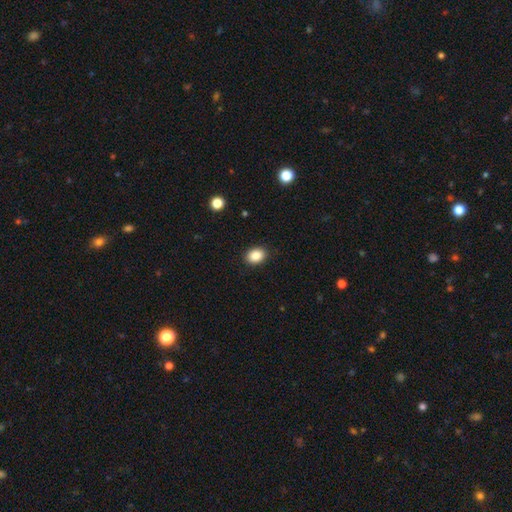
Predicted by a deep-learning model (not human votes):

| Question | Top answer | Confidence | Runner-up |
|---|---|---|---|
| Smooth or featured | smooth | 87% | star or artifact (9%) |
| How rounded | in between | 63% | round (36%) |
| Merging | none | 90% | minor disturbance (7%) |